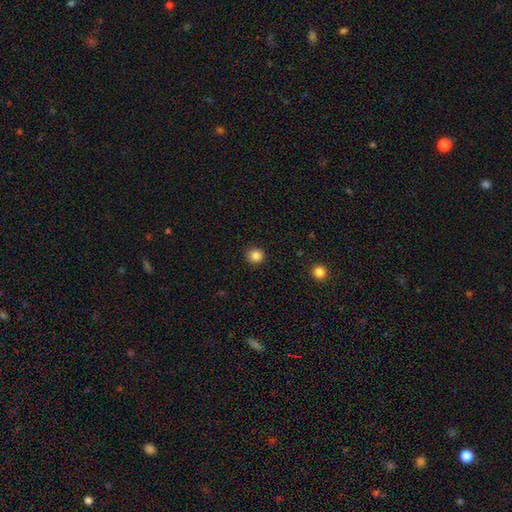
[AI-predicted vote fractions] This appears to be a smooth galaxy with no disk features (85%) that is round (93%). Merging: none (91%).